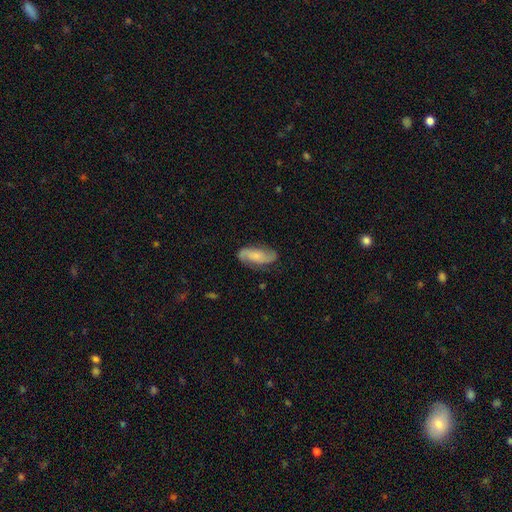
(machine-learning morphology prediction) featured or disk 60%, smooth 33%, star or artifact 7%. Down the decision tree: edge-on disk — no (92%); bar — no (61%); spiral arms — yes (92%); spiral arm count — 2 (87%); spiral winding — loose (41%); bulge size — small (48%); merging — none (75%).